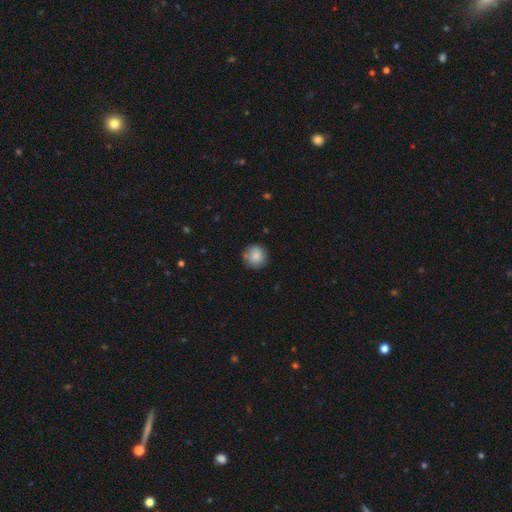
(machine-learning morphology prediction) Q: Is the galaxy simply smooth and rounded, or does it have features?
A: smooth — 85%.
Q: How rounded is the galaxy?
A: round — 93%.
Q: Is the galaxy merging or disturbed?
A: none — 84%.